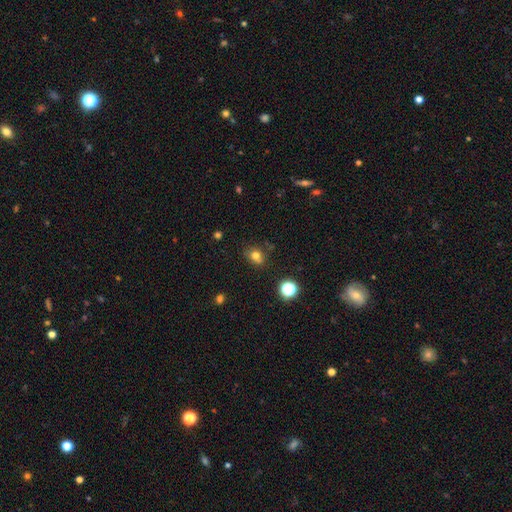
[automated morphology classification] smooth 73%, star or artifact 17%, featured or disk 10%. Down the decision tree: how rounded — round (60%); merging — none (66%).